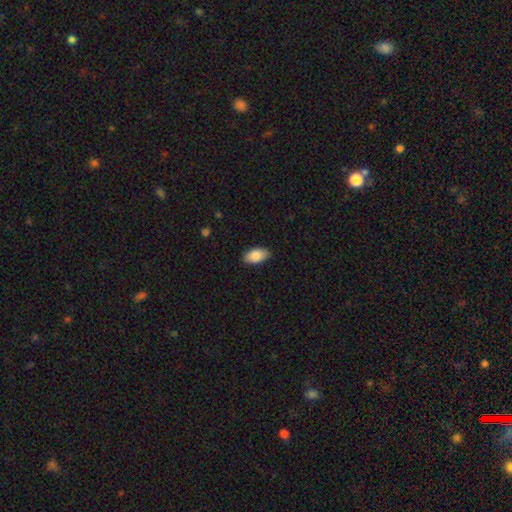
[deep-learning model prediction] Smooth or featured? Predicted: smooth (p=0.88). How rounded? Predicted: in between (p=0.95). Merging? Predicted: none (p=0.87).